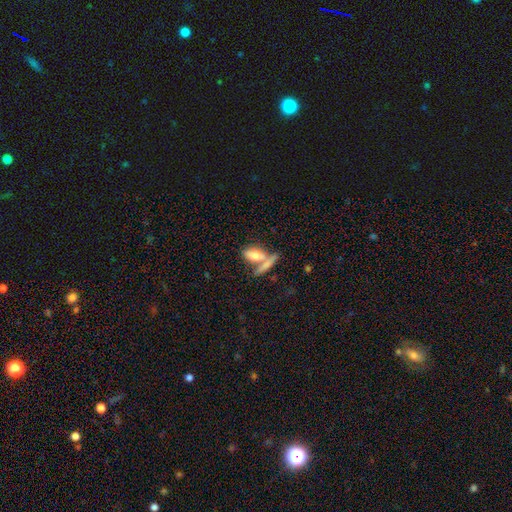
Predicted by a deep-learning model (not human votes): The model was most divided on "merging": merger: 49%, none: 37%, minor disturbance: 9%, major disturbance: 5%. More confident: smooth or featured — smooth (72%); how rounded — in between (68%).